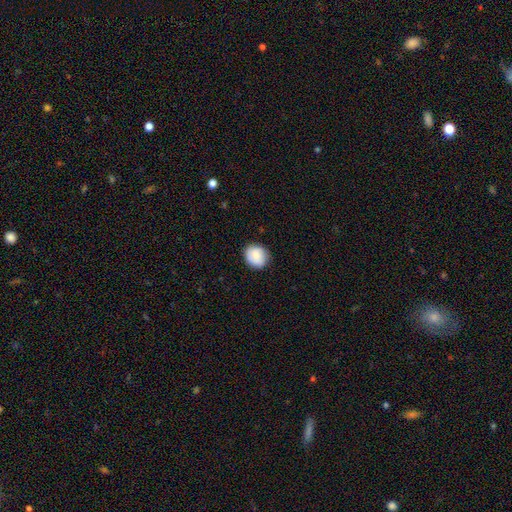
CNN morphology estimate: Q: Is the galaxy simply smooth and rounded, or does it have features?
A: smooth — 82%.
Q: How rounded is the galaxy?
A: round — 78%.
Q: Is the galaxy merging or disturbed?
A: none — 84%.